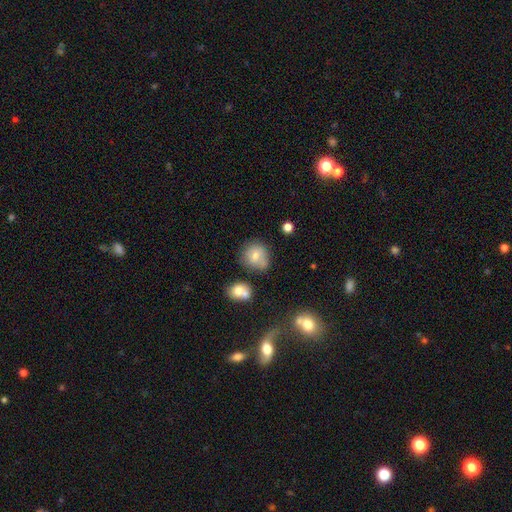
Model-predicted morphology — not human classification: This appears to be a smooth galaxy with no disk features (72%) that is round (79%). Merging: none (57%).